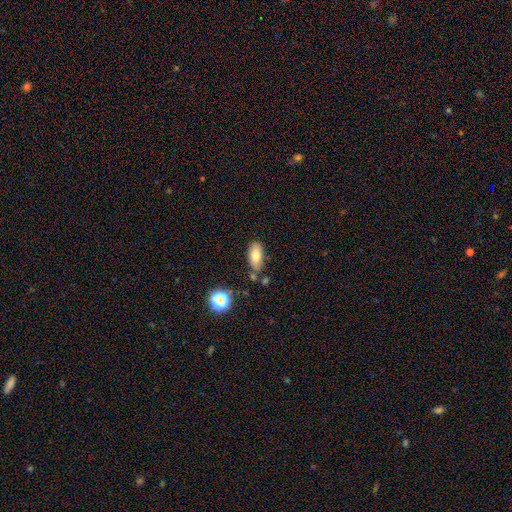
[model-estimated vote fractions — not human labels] smooth-or-featured: smooth: 74% | featured or disk: 15% | star or artifact: 10%
  how-rounded: in between: 87% | cigar-shaped: 8% | round: 4%
  merging: none: 74% | minor disturbance: 15% | merger: 7% | major disturbance: 4%